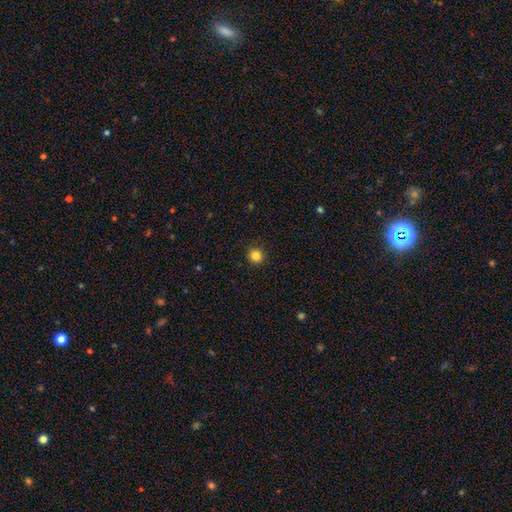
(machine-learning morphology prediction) smooth_or_featured: smooth (p=0.84) [alt: star or artifact p=0.12]
how_rounded: round (p=0.91) [alt: in between p=0.08]
merging: none (p=0.92) [alt: minor disturbance p=0.06]